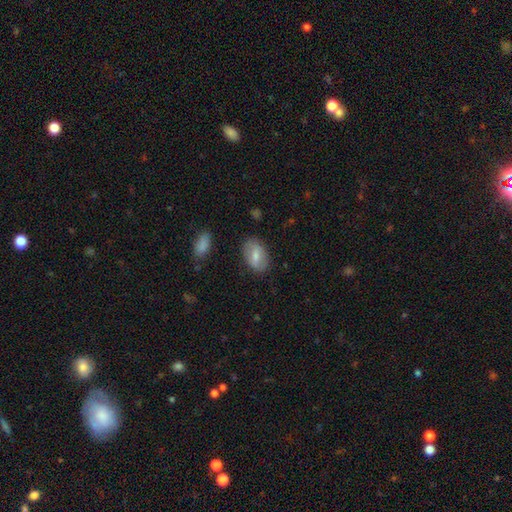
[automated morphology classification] Smooth or featured: smooth — 66% (featured or disk — 27%)
How rounded: in between — 90% (round — 7%)
Merging: none — 82% (minor disturbance — 13%)